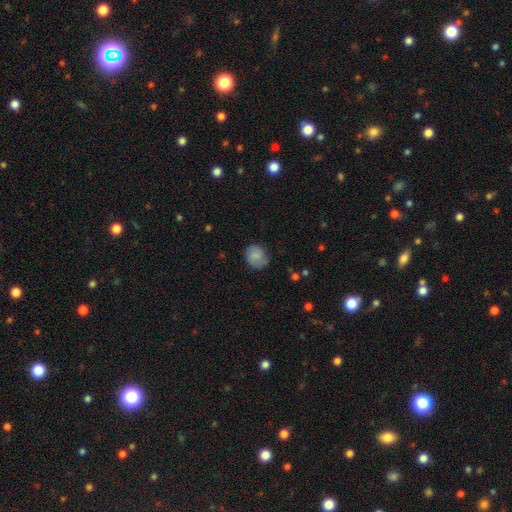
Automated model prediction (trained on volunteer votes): A smooth galaxy with no disk features (84%) that is round (64%).

Vote fractions:
- Smooth or featured? smooth: 84% / featured or disk: 8% / star or artifact: 8%
- How rounded? round: 64% / in between: 35% / cigar-shaped: 1%
- Merging? none: 74% / minor disturbance: 20% / major disturbance: 4% / merger: 1%